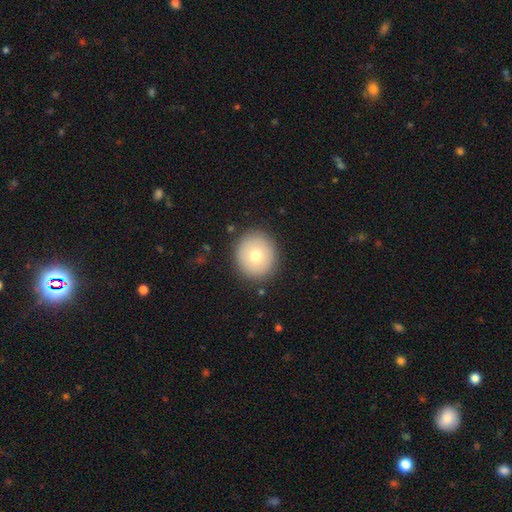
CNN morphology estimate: Smooth or featured?
  - smooth: 73% *
  - featured or disk: 18%
  - star or artifact: 9%
How rounded?
  - round: 89% *
  - in between: 10%
  - cigar-shaped: 1%
Merging?
  - none: 89% *
  - minor disturbance: 7%
  - major disturbance: 2%
  - merger: 1%